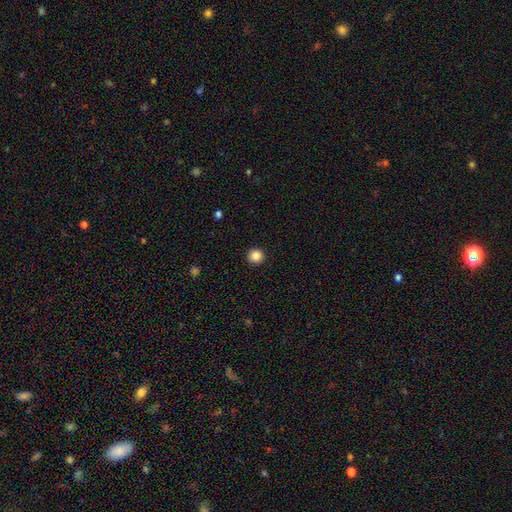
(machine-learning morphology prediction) This is clearly a smooth galaxy (86%). How rounded: clearly round (94%). Merging: clearly none (93%).